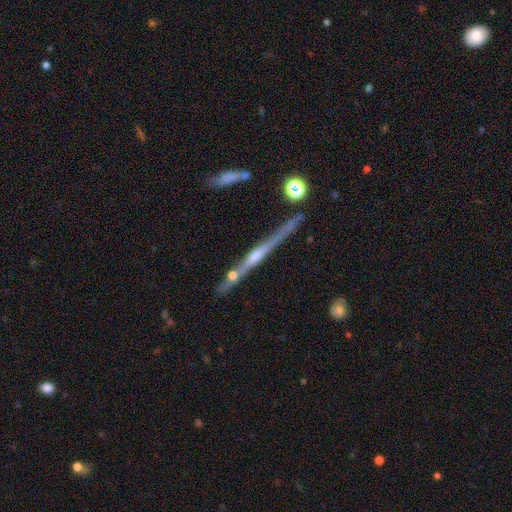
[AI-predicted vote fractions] A featured or disk galaxy (80%) viewed edge-on (97%) with a rounded central bulge (72%). Merging: none (75%).